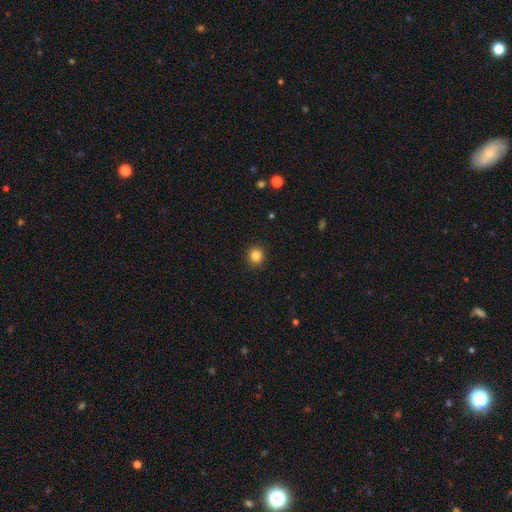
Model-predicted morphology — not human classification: Smooth or featured? smooth (85%)
How rounded? round (91%)
Merging? none (92%)